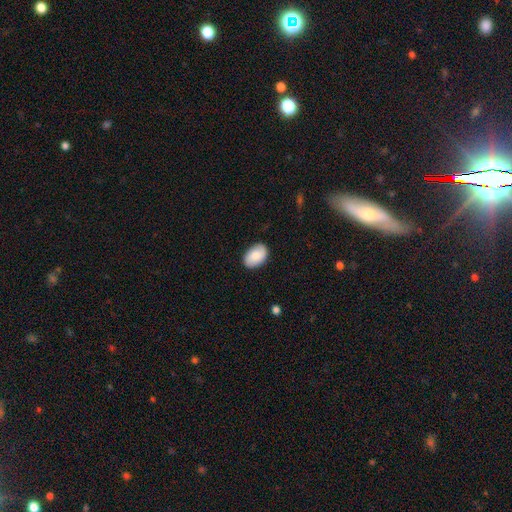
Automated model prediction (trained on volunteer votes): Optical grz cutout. It shows a smooth galaxy with no disk features (78%) that is in between round and cigar-shaped (89%). Merging: none (86%).